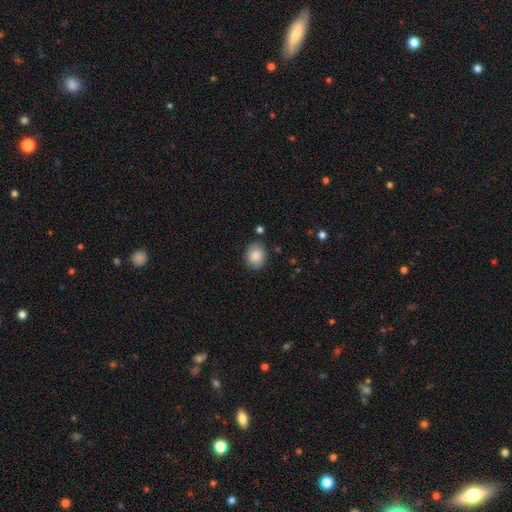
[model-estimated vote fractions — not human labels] This appears to be a smooth galaxy with no disk features (87%) that is round (57%). Merging: none (83%).